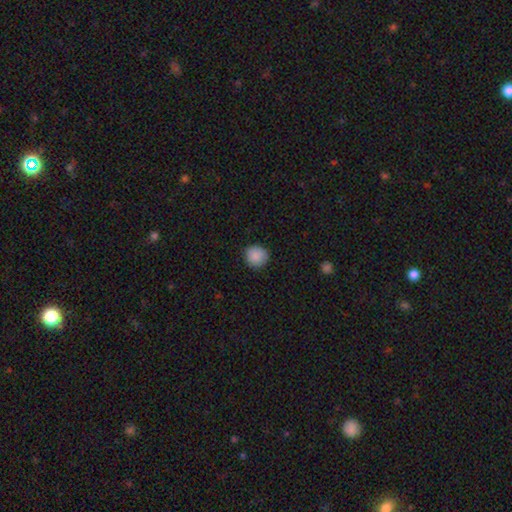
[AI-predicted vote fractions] Smooth or featured: smooth — 89% (star or artifact — 8%)
How rounded: round — 92% (in between — 7%)
Merging: none — 88% (minor disturbance — 9%)